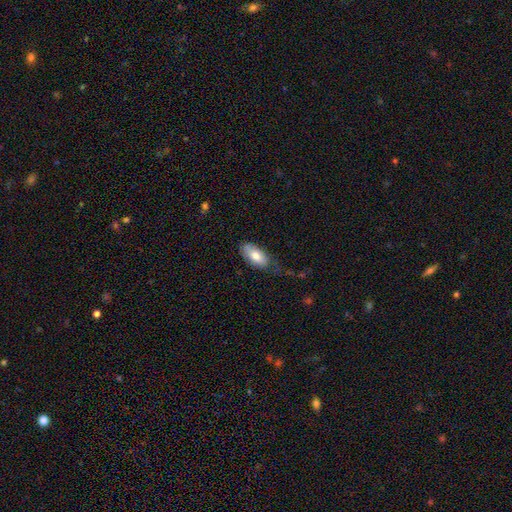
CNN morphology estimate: Q: Smooth or featured?
A: smooth (74%); runner-up: featured or disk (20%)
Q: How rounded?
A: in between (91%); runner-up: cigar-shaped (7%)
Q: Merging?
A: none (58%); runner-up: minor disturbance (29%)